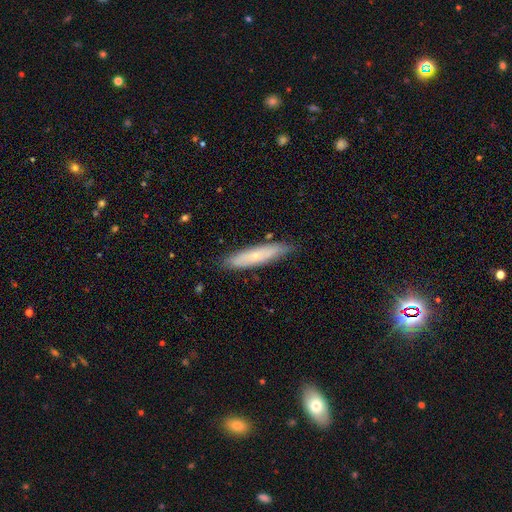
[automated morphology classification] A smooth galaxy with no disk features (50%) that is cigar-shaped (80%). Merging: none (83%).